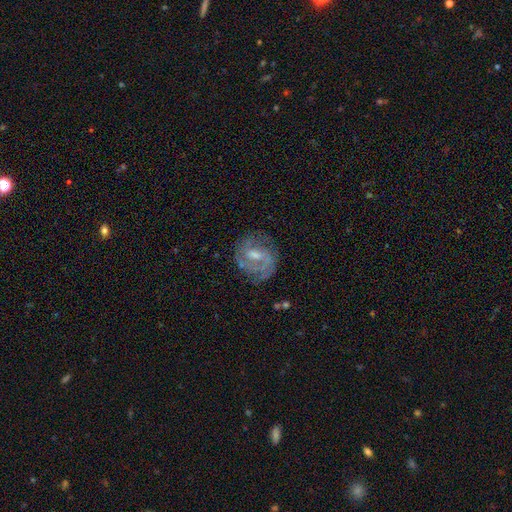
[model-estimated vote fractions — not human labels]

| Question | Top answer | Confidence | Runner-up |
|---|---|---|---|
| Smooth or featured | featured or disk | 75% | smooth (17%) |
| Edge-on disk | no | 97% | yes (3%) |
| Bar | weak | 55% | no (26%) |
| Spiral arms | yes | 85% | no (15%) |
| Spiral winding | tight | 42% | tied: medium (42%) |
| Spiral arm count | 2 | 52% | can't tell (26%) |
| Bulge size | moderate | 51% | small (33%) |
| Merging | none | 66% | minor disturbance (20%) |